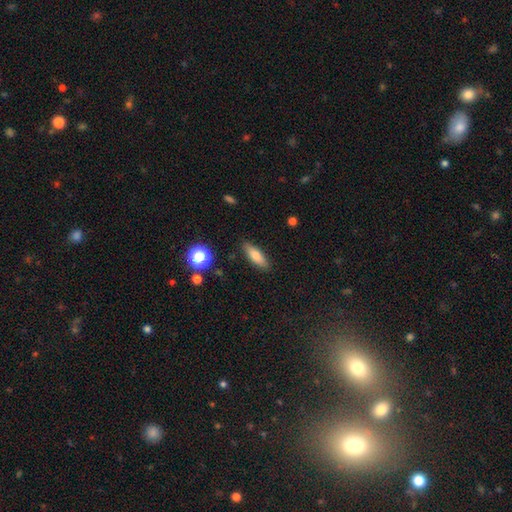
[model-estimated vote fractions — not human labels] A smooth galaxy with no disk features (78%) that is in between round and cigar-shaped (50%). Merging: none (87%).